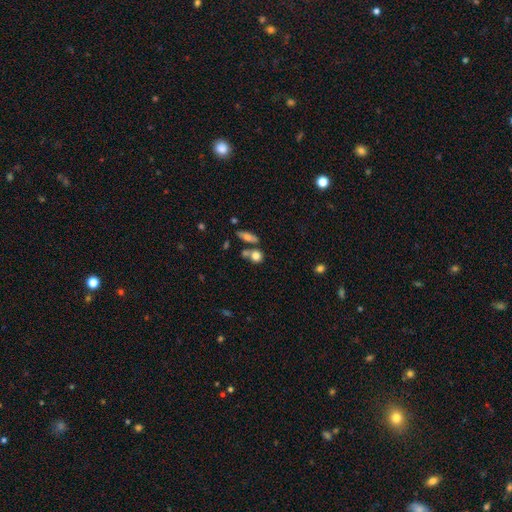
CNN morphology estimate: A smooth galaxy with no disk features (76%) that is round (71%). Merging: none (54%).